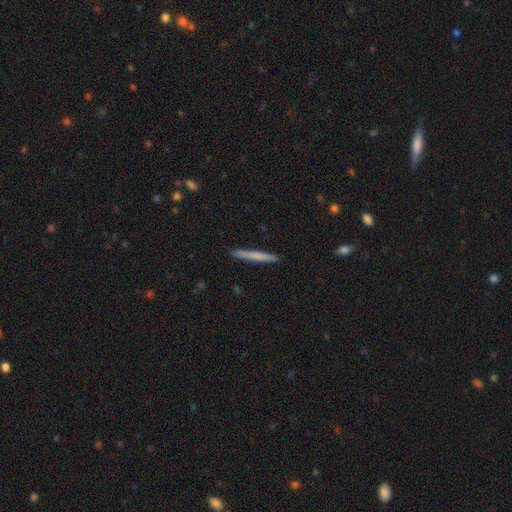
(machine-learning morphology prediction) This is likely a smooth galaxy (63%). How rounded: clearly cigar-shaped (96%). Merging: clearly none (91%).